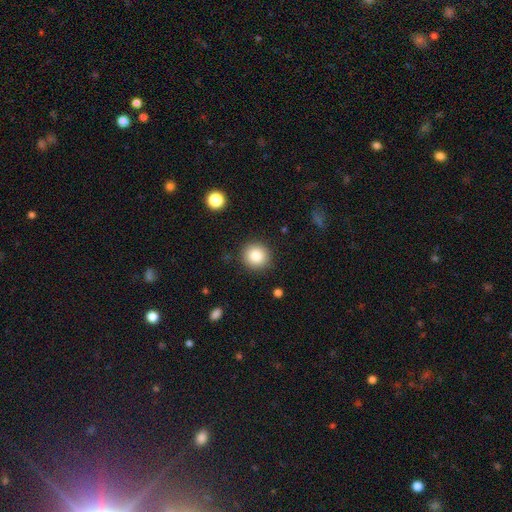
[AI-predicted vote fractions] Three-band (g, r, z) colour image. It shows a smooth galaxy with no disk features (85%) that is round (91%). Merging: none (90%).